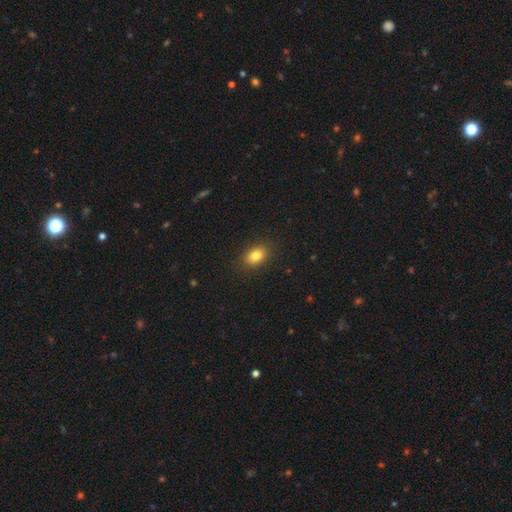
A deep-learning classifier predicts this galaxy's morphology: Q: Smooth or featured?
A: smooth (82%); runner-up: star or artifact (10%)
Q: How rounded?
A: in between (77%); runner-up: round (21%)
Q: Merging?
A: none (88%); runner-up: minor disturbance (8%)